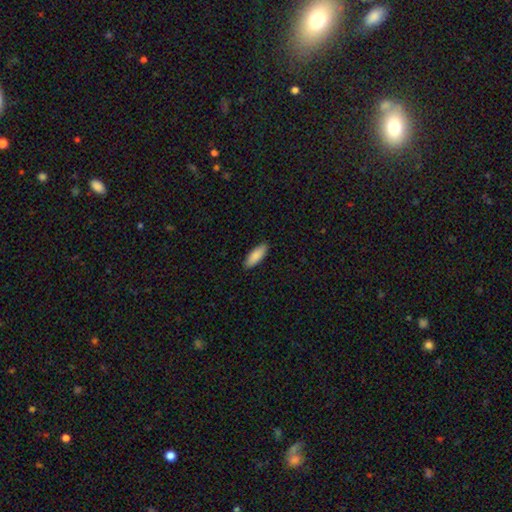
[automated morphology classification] smooth 89%, featured or disk 6%, star or artifact 5%. Down the decision tree: how rounded — in between (64%); merging — none (89%).